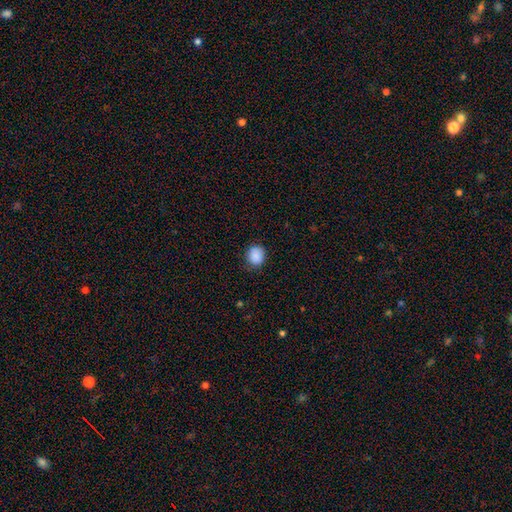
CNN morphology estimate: Smooth or featured: smooth — 87% (star or artifact — 9%)
How rounded: round — 71% (in between — 28%)
Merging: none — 80% (minor disturbance — 15%)